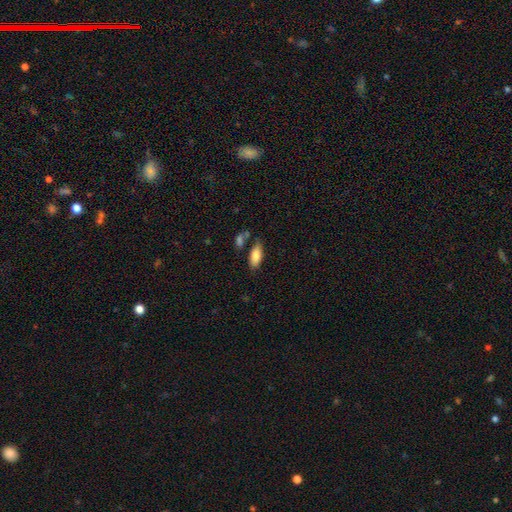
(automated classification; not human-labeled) Smooth or featured?
  - smooth: 82% *
  - featured or disk: 11%
  - star or artifact: 7%
How rounded?
  - in between: 83% *
  - cigar-shaped: 15%
  - round: 2%
Merging?
  - none: 67% *
  - minor disturbance: 17%
  - merger: 11%
  - major disturbance: 5%